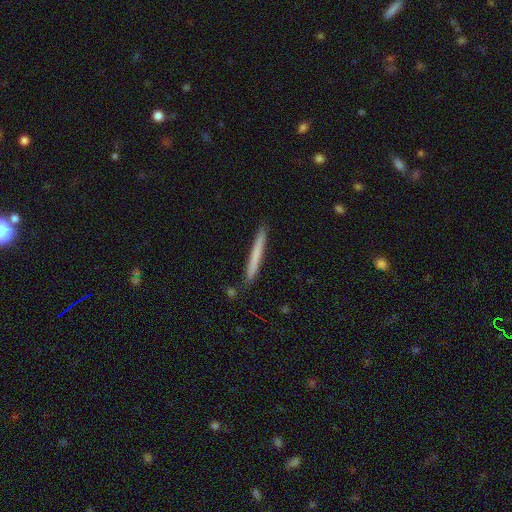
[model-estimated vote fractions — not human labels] Morphology: type=smooth (67%); roundness=cigar-shaped (97%); merging=none (89%).